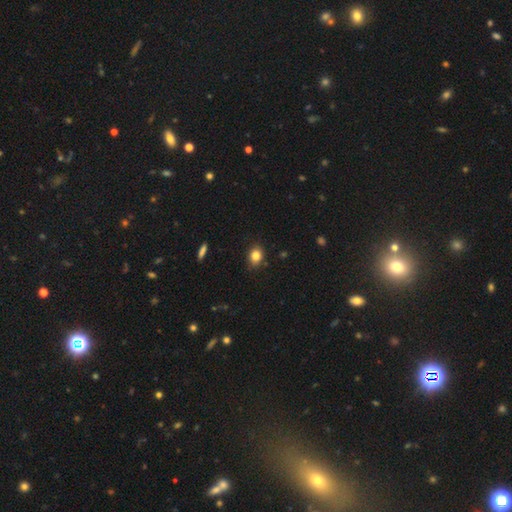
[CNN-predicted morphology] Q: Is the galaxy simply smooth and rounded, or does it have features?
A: smooth — 84%.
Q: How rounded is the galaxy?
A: in between — 54%.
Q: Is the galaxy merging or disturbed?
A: none — 83%.